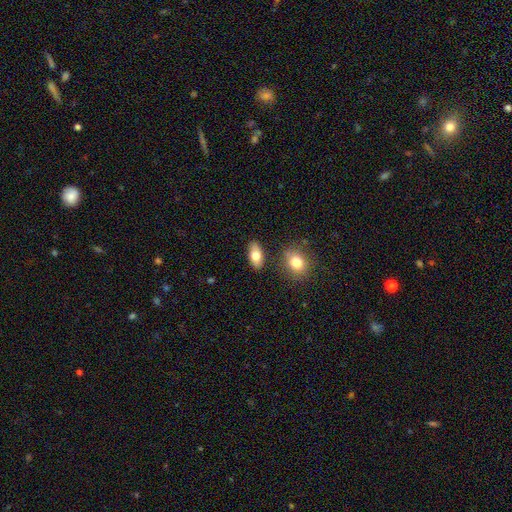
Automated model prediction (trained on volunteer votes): The model was most divided on "smooth or featured": smooth: 77%, featured or disk: 16%, star or artifact: 7%. More confident: how rounded — in between (89%); merging — none (84%).